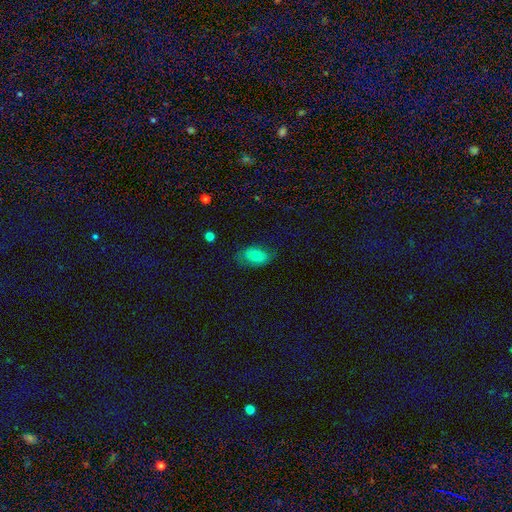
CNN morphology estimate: type=smooth (70%); roundness=in between (88%); merging=none (63%).